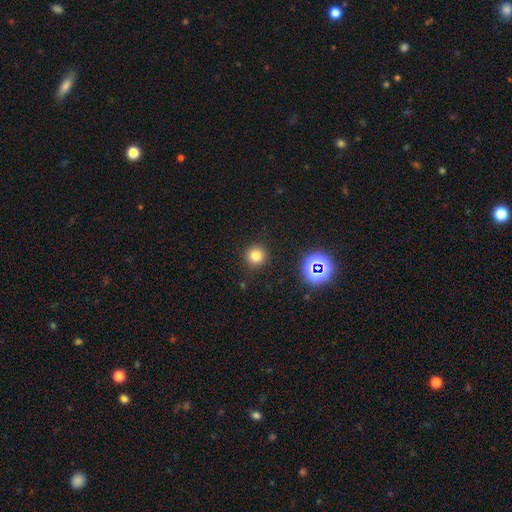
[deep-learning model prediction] Overall: smooth (76%). How rounded: round (94%). Merging: none (90%).